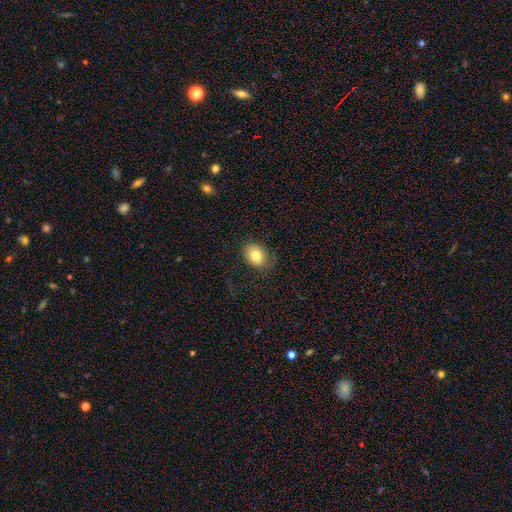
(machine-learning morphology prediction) Overall: smooth (81%). How rounded: in between (68%; round 31%). Merging: none (75%).